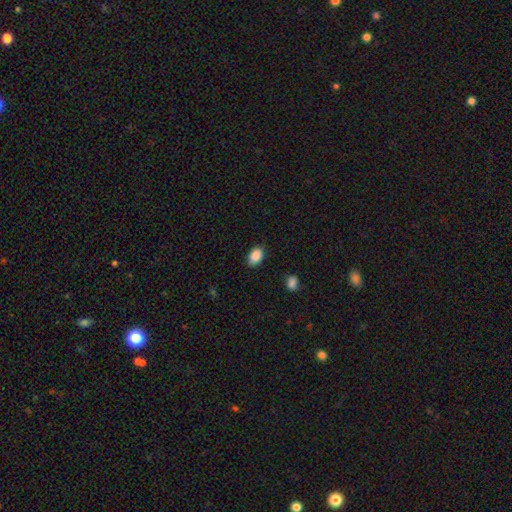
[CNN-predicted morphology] The model was most divided on "merging": none: 82%, minor disturbance: 14%, major disturbance: 3%, merger: 1%. More confident: smooth or featured — smooth (89%); how rounded — in between (85%).